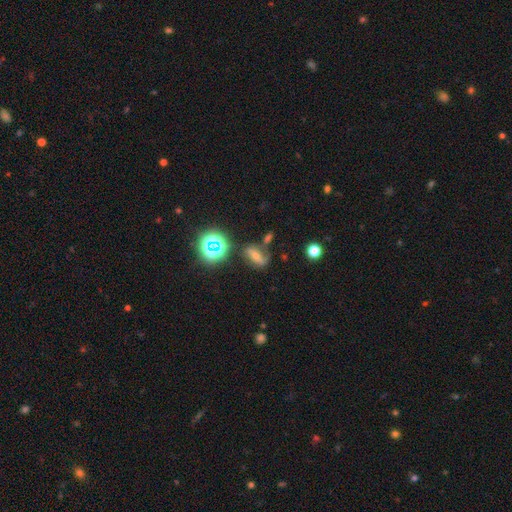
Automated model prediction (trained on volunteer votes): Smooth or featured? Predicted: featured or disk (p=0.37, tied with smooth). Merging? Predicted: none (p=0.59).